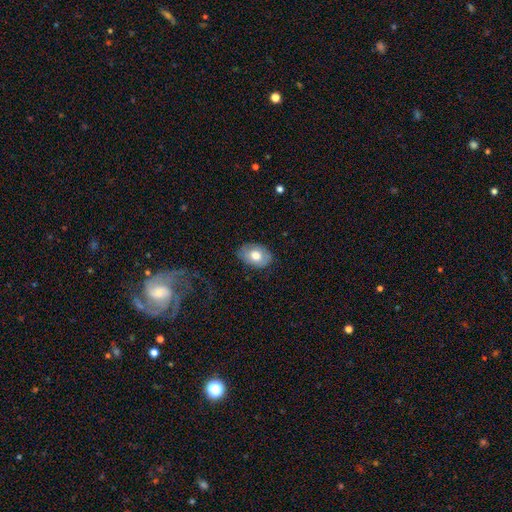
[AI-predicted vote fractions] Smooth or featured? Predicted: smooth (p=0.68). How rounded? Predicted: in between (p=0.84). Merging? Predicted: none (p=0.77).